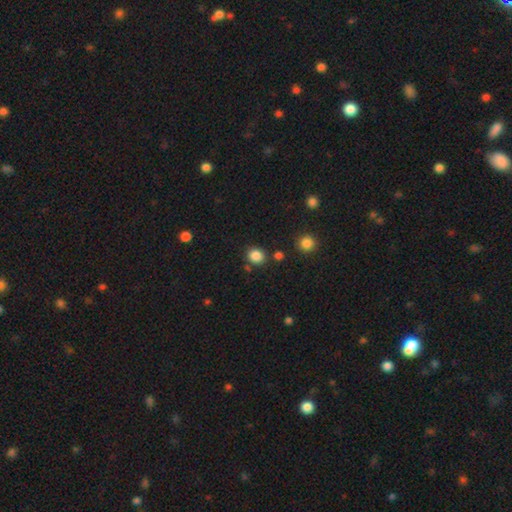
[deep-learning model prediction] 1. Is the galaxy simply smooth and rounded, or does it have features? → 85% smooth, 11% star or artifact, 4% featured or disk.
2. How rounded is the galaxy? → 72% round, 27% in between, 1% cigar-shaped.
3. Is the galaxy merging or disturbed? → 82% none, 9% minor disturbance, 6% merger, 3% major disturbance.